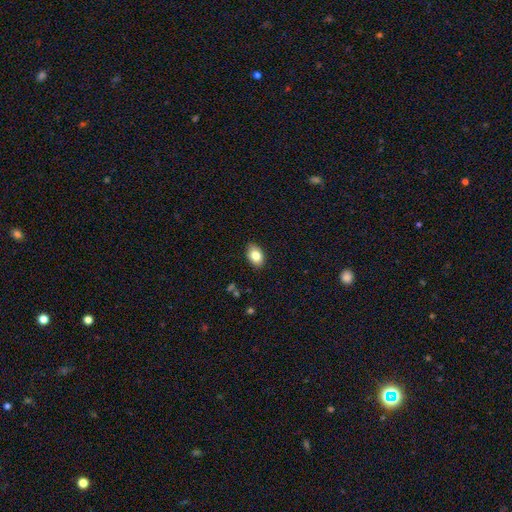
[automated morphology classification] Overall: smooth (82%). How rounded: in between (86%). Merging: none (88%).